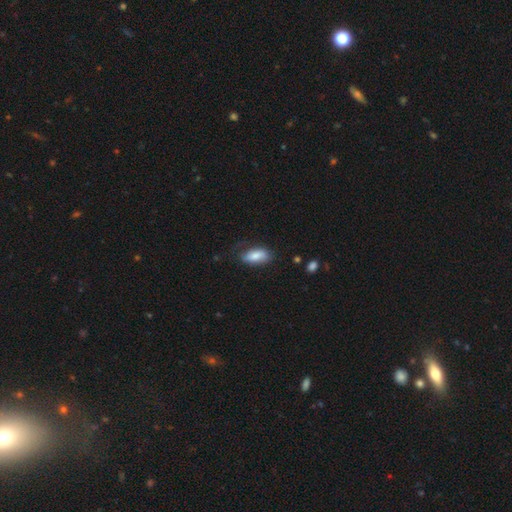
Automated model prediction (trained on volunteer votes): Smooth or featured: smooth — 81% (featured or disk — 13%)
How rounded: in between — 89% (cigar-shaped — 8%)
Merging: none — 62% (minor disturbance — 27%)